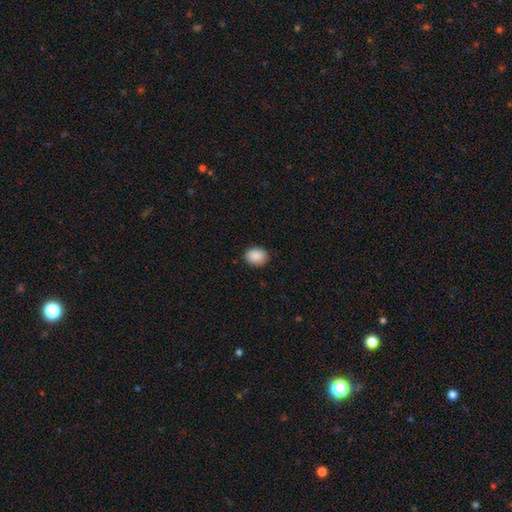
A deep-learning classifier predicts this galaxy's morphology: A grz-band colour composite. It shows a smooth galaxy with no disk features (90%) that is in between round and cigar-shaped (53%). Merging: none (87%).